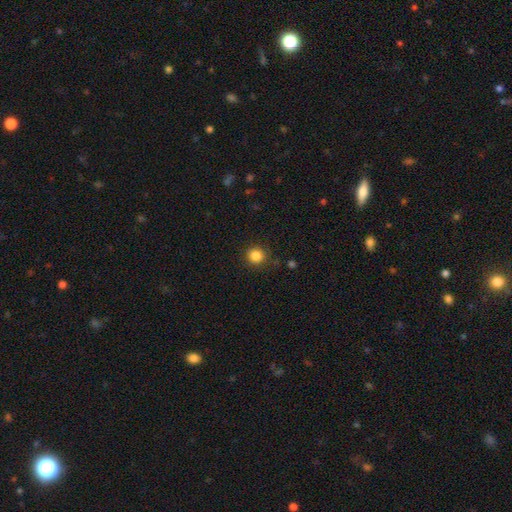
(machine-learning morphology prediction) A smooth galaxy with no disk features (85%) that is round (91%). Merging: none (87%).